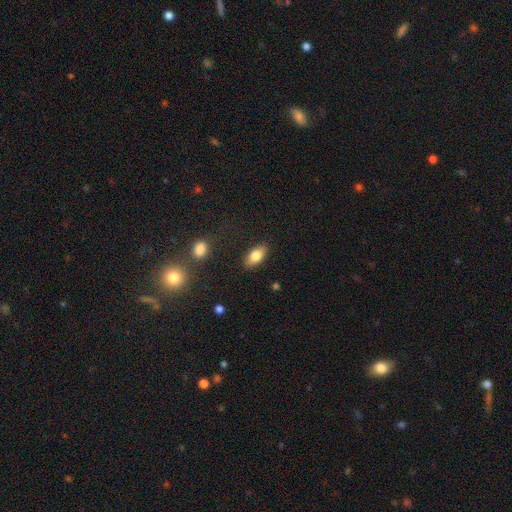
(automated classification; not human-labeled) smooth-or-featured: smooth: 80% | featured or disk: 13% | star or artifact: 7%
  how-rounded: in between: 90% | cigar-shaped: 6% | round: 4%
  merging: none: 86% | minor disturbance: 10% | major disturbance: 3% | merger: 2%